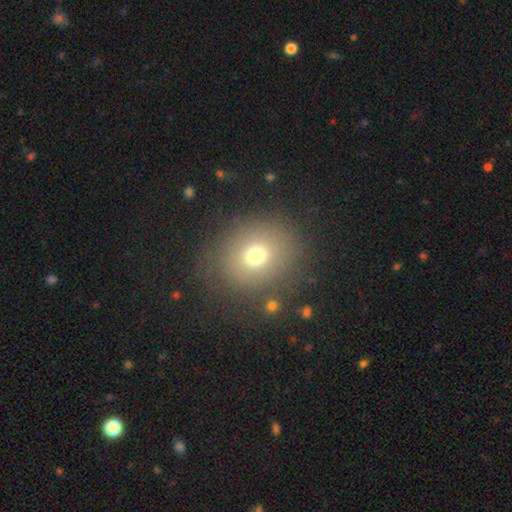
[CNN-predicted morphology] Smooth or featured: smooth — 71% (star or artifact — 16%)
How rounded: round — 75% (in between — 24%)
Merging: none — 80% (minor disturbance — 11%)